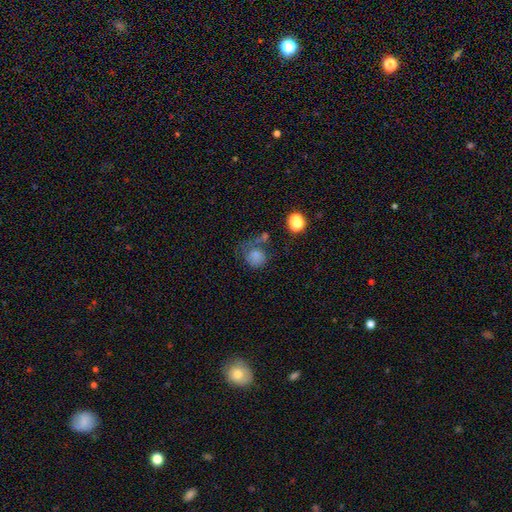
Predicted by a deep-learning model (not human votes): smooth 75%, star or artifact 13%, featured or disk 12%. Down the decision tree: how rounded — round (79%); merging — none (44%).